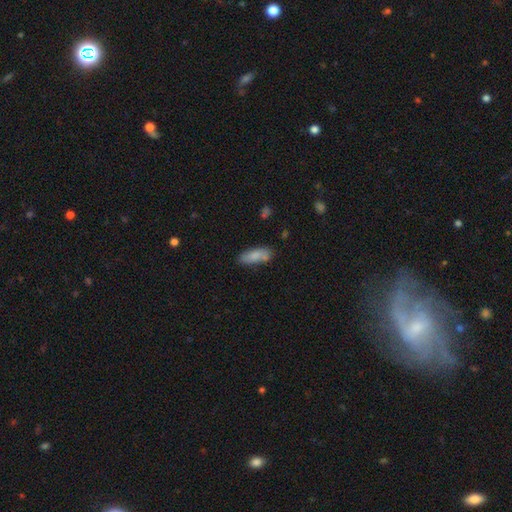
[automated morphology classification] The model was most divided on "how rounded": in between: 68%, cigar-shaped: 30%, round: 2%. More confident: smooth or featured — smooth (82%); merging — none (70%).